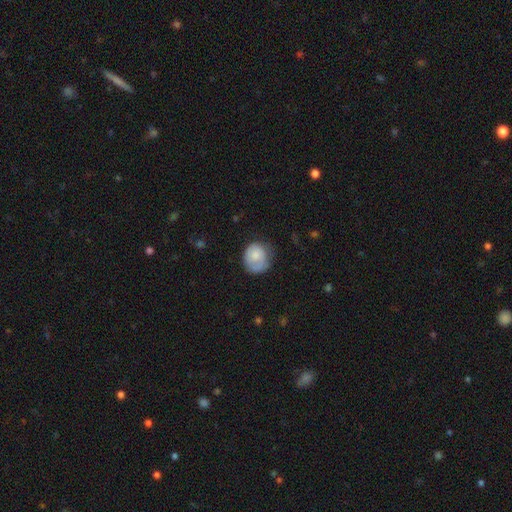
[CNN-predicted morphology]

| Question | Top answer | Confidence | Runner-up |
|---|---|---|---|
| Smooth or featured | smooth | 73% | featured or disk (20%) |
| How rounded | round | 75% | in between (24%) |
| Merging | none | 53% | minor disturbance (30%) |